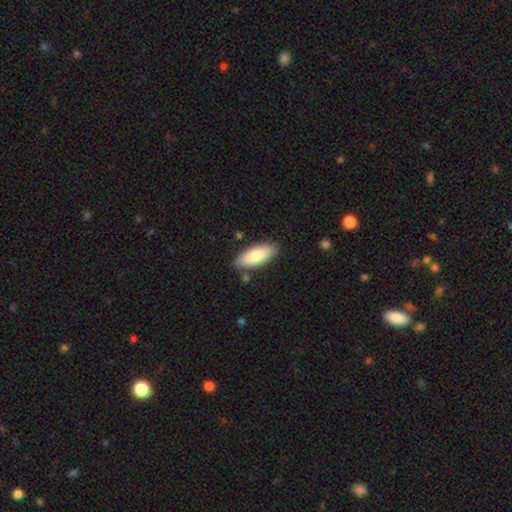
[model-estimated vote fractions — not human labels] Smooth or featured?
  - smooth: 79% *
  - featured or disk: 15%
  - star or artifact: 6%
How rounded?
  - in between: 80% *
  - cigar-shaped: 18%
  - round: 2%
Merging?
  - none: 81% *
  - minor disturbance: 13%
  - merger: 3%
  - major disturbance: 2%